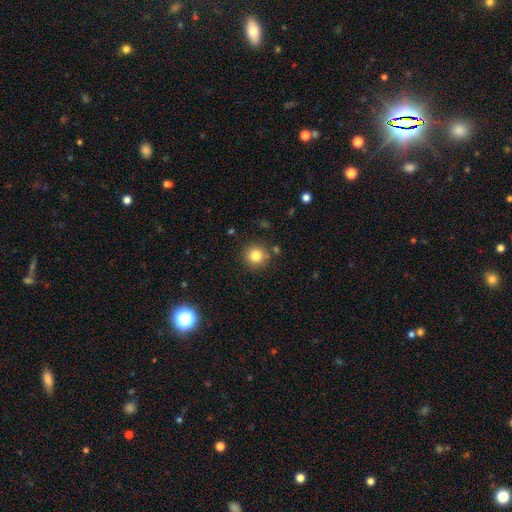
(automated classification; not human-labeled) smooth-or-featured: smooth: 81% | star or artifact: 11% | featured or disk: 7%
  how-rounded: round: 94% | in between: 5% | cigar-shaped: 1%
  merging: none: 84% | minor disturbance: 8% | merger: 4% | major disturbance: 3%